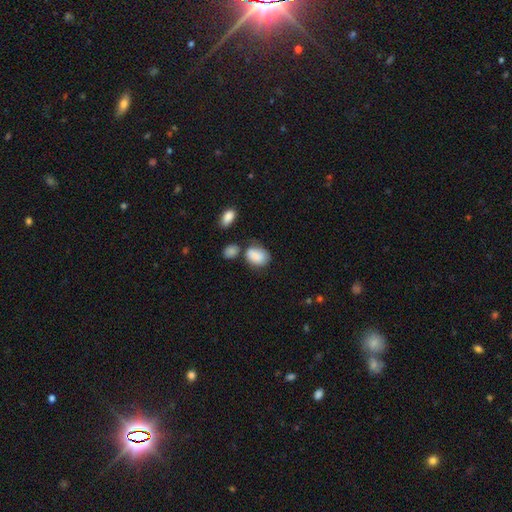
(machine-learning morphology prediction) Overall: smooth (85%). How rounded: in between (80%). Merging: none (49%; minor disturbance 25%).